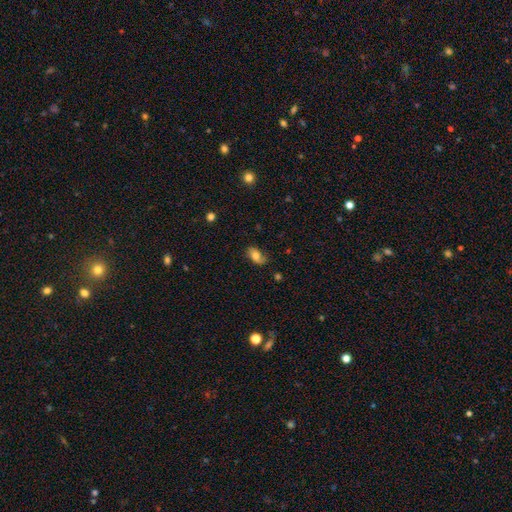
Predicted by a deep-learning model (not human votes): A smooth galaxy with no disk features (66%) that is in between round and cigar-shaped (89%).

Vote fractions:
- Smooth or featured? smooth: 66% / featured or disk: 26% / star or artifact: 8%
- How rounded? in between: 89% / round: 7% / cigar-shaped: 4%
- Merging? none: 72% / minor disturbance: 22% / major disturbance: 5% / merger: 1%